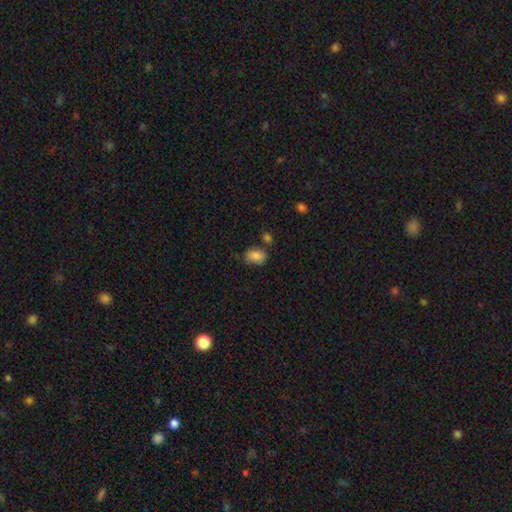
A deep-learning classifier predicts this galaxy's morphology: smooth-or-featured: smooth: 82% | featured or disk: 9% | star or artifact: 9%
  how-rounded: in between: 75% | round: 24% | cigar-shaped: 1%
  merging: none: 68% | minor disturbance: 20% | merger: 8% | major disturbance: 4%